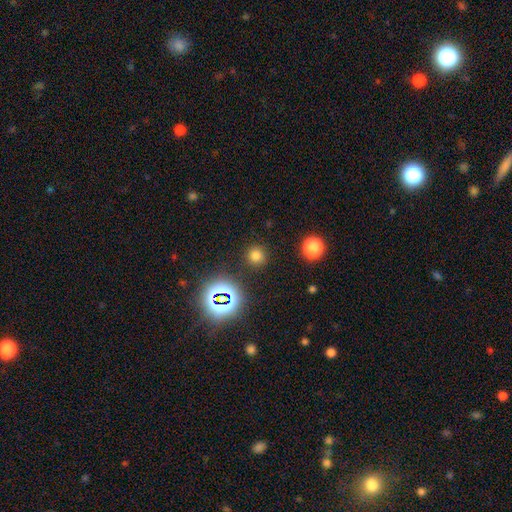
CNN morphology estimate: Smooth or featured?
  - smooth: 72% *
  - star or artifact: 22%
  - featured or disk: 6%
How rounded?
  - round: 93% *
  - in between: 6%
  - cigar-shaped: 1%
Merging?
  - none: 88% *
  - minor disturbance: 7%
  - major disturbance: 3%
  - merger: 2%